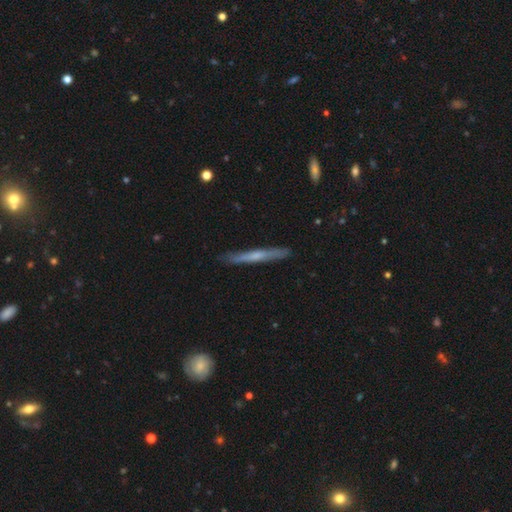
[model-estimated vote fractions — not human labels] A featured or disk galaxy (52%) viewed edge-on (94%). Merging: none (87%).